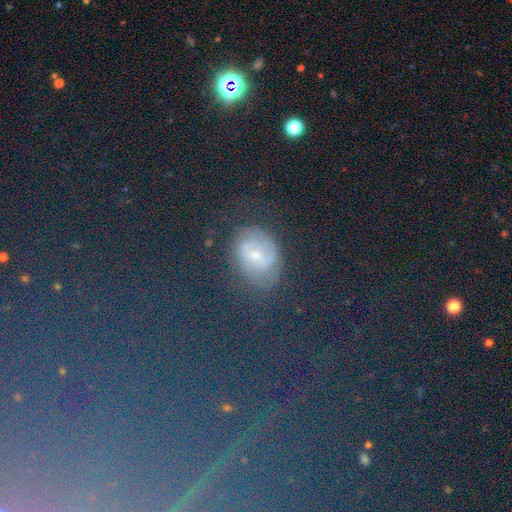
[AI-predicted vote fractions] Smooth or featured?
  - star or artifact: 45% *
  - smooth: 29%
  - featured or disk: 26%